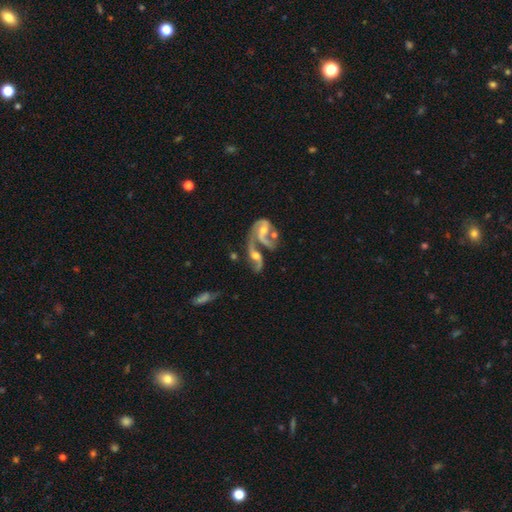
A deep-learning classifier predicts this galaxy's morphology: smooth_or_featured: featured or disk (p=0.80) [alt: smooth p=0.12]
disk_edge_on: no (p=0.95) [alt: yes p=0.05]
bar: no (p=0.55) [alt: weak p=0.33]
has_spiral_arms: yes (p=0.89) [alt: no p=0.11]
spiral_winding: loose (p=0.69) [alt: medium p=0.25]
spiral_arm_count: 2 (p=0.76) [alt: 1 p=0.15]
bulge_size: moderate (p=0.52) [alt: small p=0.28]
merging: merger (p=0.65) [alt: none p=0.15]